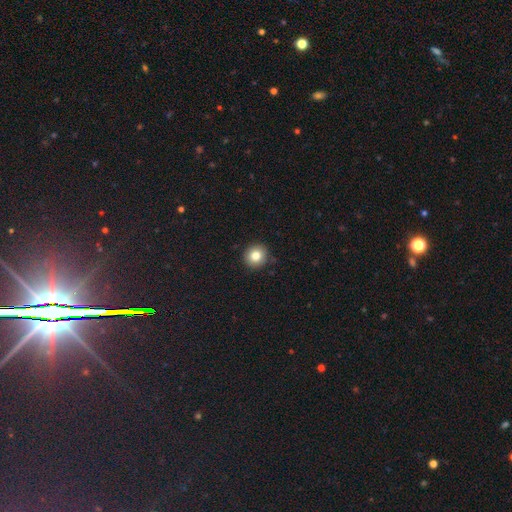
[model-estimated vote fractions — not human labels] The model was most divided on "smooth or featured": smooth: 82%, star or artifact: 10%, featured or disk: 8%. More confident: how rounded — round (92%); merging — none (91%).